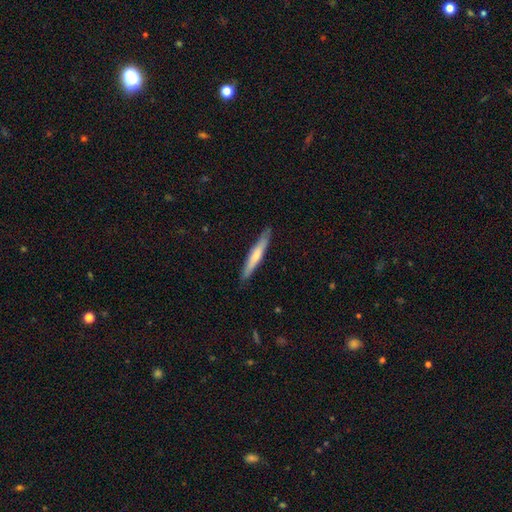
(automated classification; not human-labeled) smooth 57%, featured or disk 38%, star or artifact 5%. Down the decision tree: how rounded — cigar-shaped (94%); merging — none (86%).